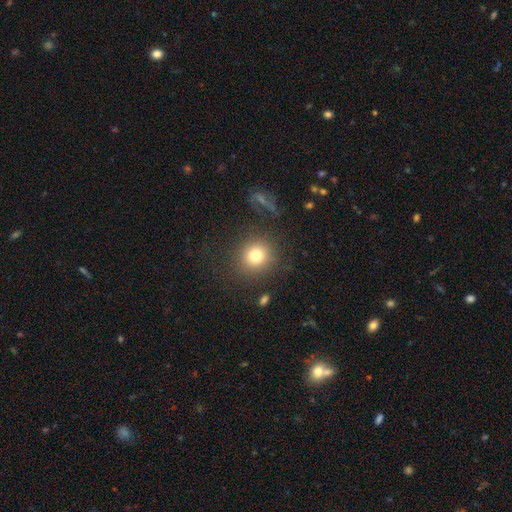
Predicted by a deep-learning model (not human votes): A smooth galaxy with no disk features (78%) that is round (87%). Merging: none (84%).